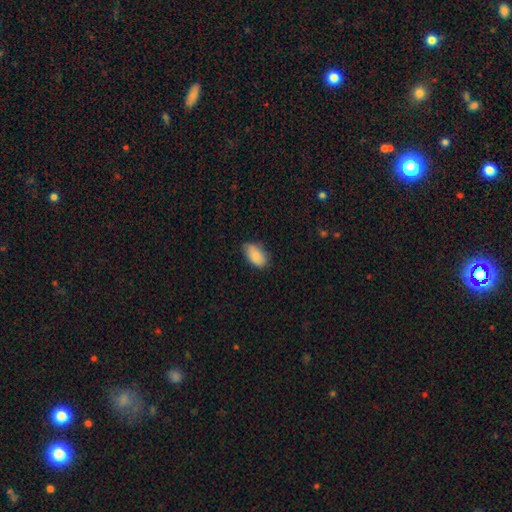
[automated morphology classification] smooth 85%, featured or disk 8%, star or artifact 6%. Down the decision tree: how rounded — in between (94%); merging — none (73%).